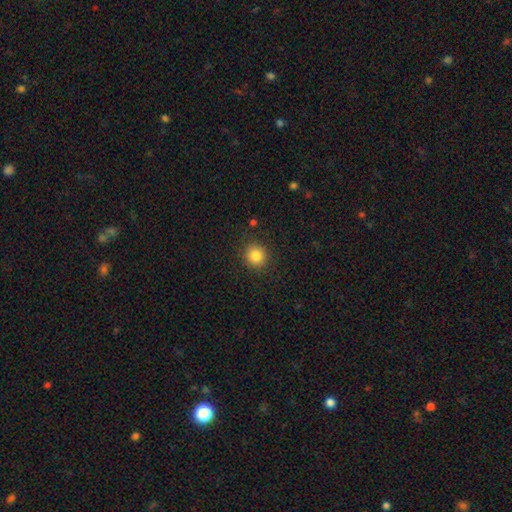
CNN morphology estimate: Smooth or featured? smooth (84%)
How rounded? round (90%)
Merging? none (89%)